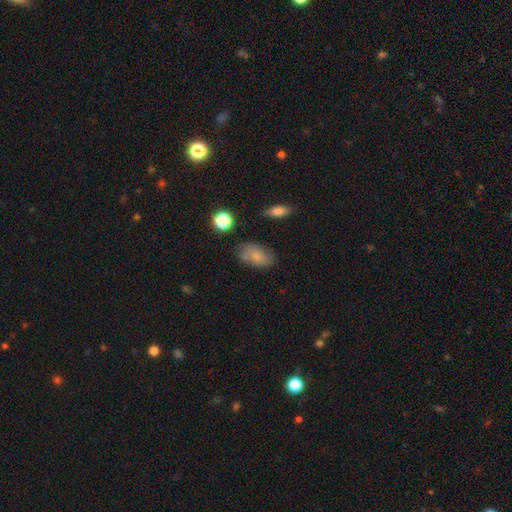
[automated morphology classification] A smooth galaxy with no disk features (68%) that is in between round and cigar-shaped (89%).

Vote fractions:
- Smooth or featured? smooth: 68% / featured or disk: 22% / star or artifact: 10%
- How rounded? in between: 89% / round: 9% / cigar-shaped: 2%
- Merging? none: 64% / minor disturbance: 24% / major disturbance: 7% / merger: 5%